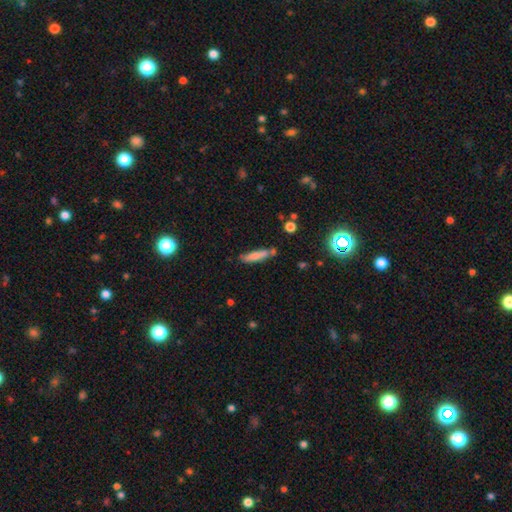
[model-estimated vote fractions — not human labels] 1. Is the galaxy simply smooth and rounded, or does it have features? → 77% smooth, 16% featured or disk, 8% star or artifact.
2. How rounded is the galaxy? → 83% cigar-shaped, 16% in between, 2% round.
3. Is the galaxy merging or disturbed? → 68% none, 19% minor disturbance, 9% merger, 4% major disturbance.